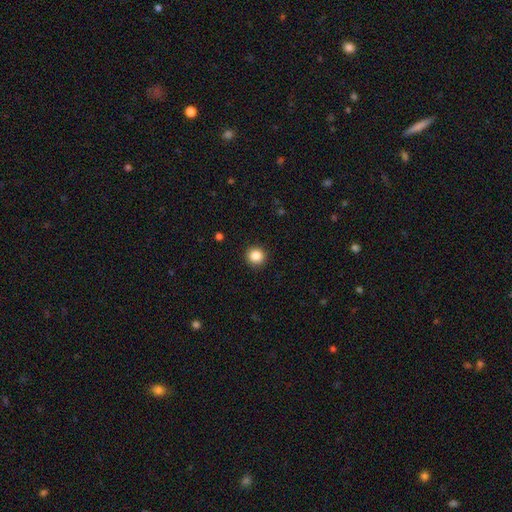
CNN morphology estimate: A smooth galaxy with no disk features (85%) that is round (95%).

Vote fractions:
- Smooth or featured? smooth: 85% / star or artifact: 10% / featured or disk: 4%
- How rounded? round: 95% / in between: 4% / cigar-shaped: 1%
- Merging? none: 92% / minor disturbance: 5% / major disturbance: 2% / merger: 1%